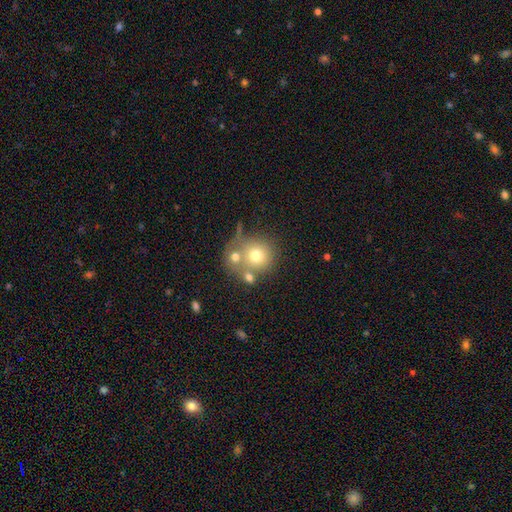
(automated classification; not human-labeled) Smooth or featured? Predicted: smooth (p=0.68). How rounded? Predicted: round (p=0.89). Merging? Predicted: none (p=0.48).